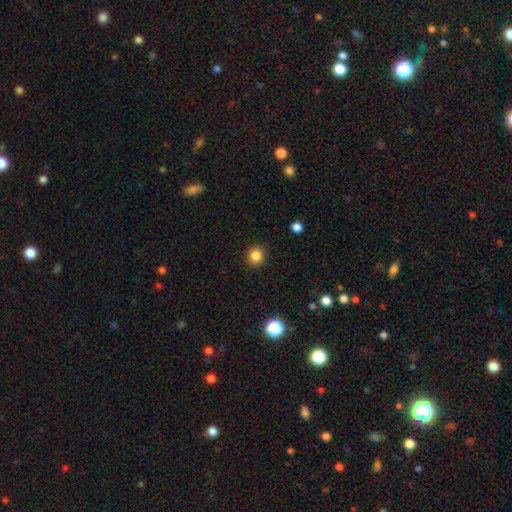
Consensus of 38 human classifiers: A smooth galaxy with no disk features (84%) that is round (84%). Merging: none (86%).